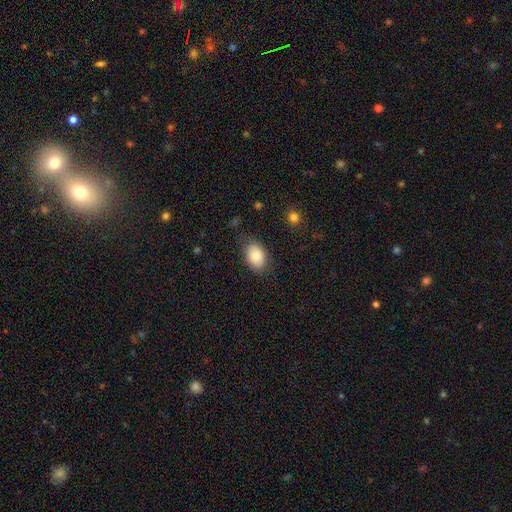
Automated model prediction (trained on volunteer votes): Smooth or featured: smooth — 85% (featured or disk — 8%)
How rounded: in between — 83% (round — 16%)
Merging: none — 80% (minor disturbance — 14%)